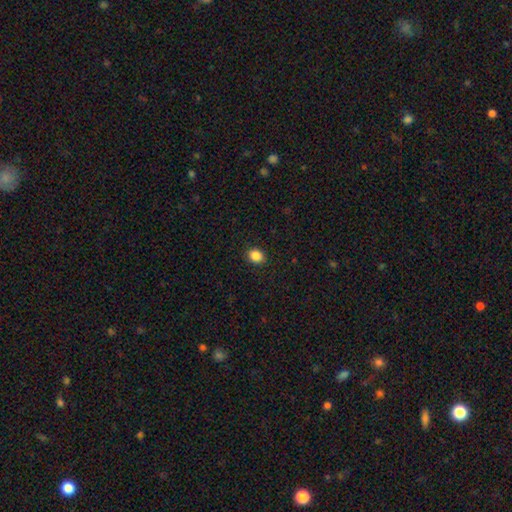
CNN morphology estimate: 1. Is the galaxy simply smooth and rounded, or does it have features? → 87% smooth, 10% star or artifact, 3% featured or disk.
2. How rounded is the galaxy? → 50% round, 49% in between, 1% cigar-shaped.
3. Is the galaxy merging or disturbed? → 90% none, 7% minor disturbance, 2% major disturbance, 1% merger.